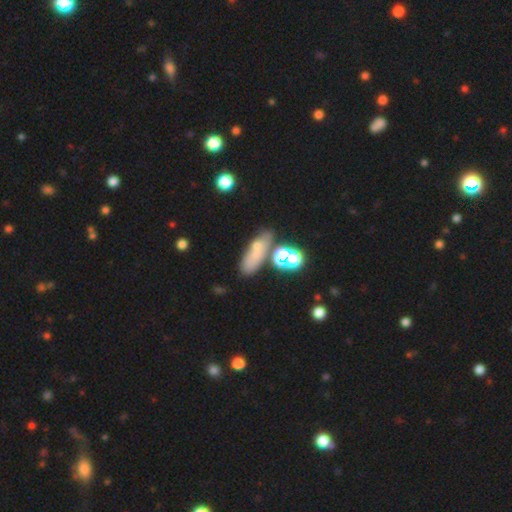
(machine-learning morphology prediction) Smooth or featured? Predicted: smooth (p=0.58). How rounded? Predicted: in between (p=0.49). Merging? Predicted: none (p=0.57).